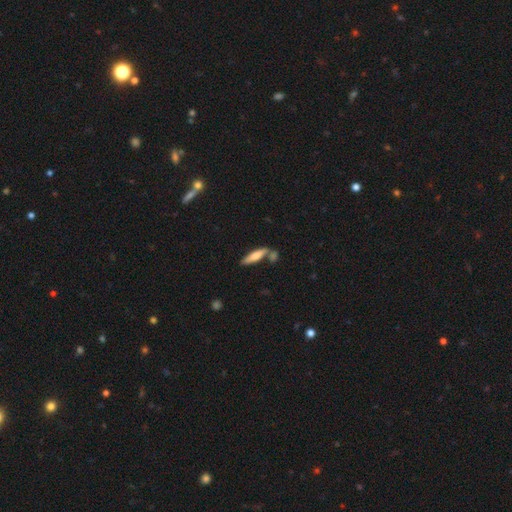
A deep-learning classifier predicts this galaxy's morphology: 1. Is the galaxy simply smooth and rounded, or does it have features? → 67% smooth, 27% featured or disk, 6% star or artifact.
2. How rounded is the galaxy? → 70% cigar-shaped, 28% in between, 2% round.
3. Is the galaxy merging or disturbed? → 59% none, 22% merger, 15% minor disturbance, 5% major disturbance.